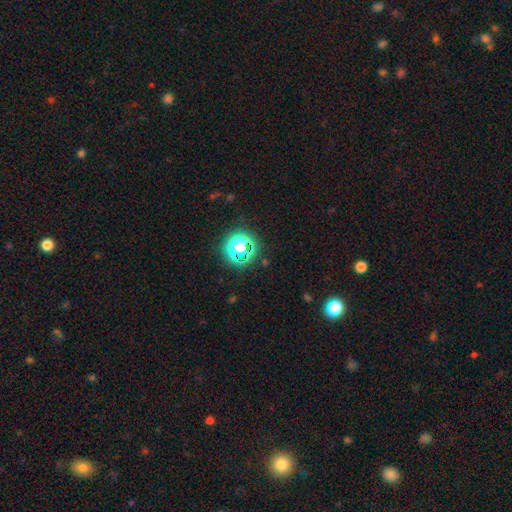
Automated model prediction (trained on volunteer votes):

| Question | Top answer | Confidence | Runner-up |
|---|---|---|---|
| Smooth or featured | star or artifact | 73% | smooth (20%) |